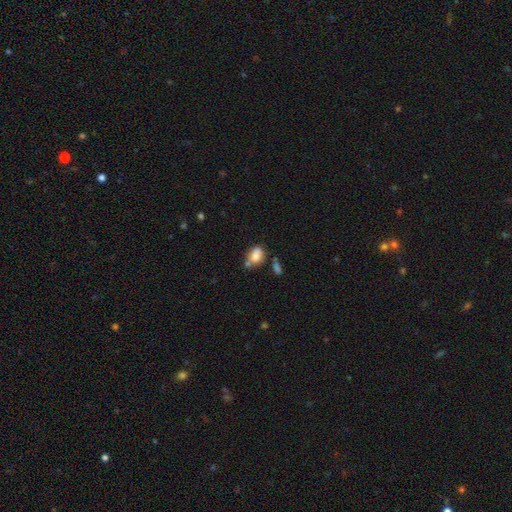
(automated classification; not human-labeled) Overall: smooth (77%). How rounded: in between (73%). Merging: none (43%; merger 26%).